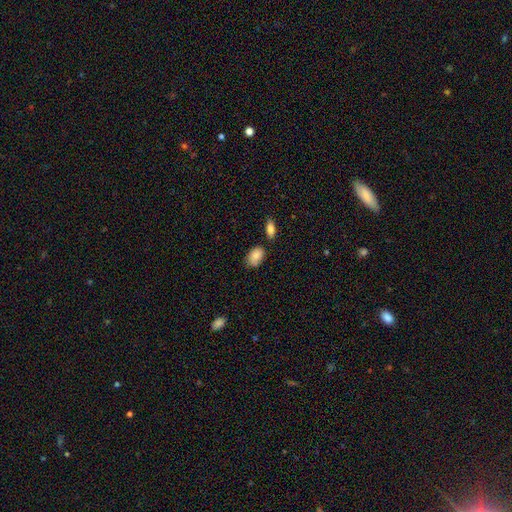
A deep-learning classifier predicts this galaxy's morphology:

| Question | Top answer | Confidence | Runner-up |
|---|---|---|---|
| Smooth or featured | smooth | 83% | featured or disk (9%) |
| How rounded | in between | 87% | round (11%) |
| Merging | none | 67% | minor disturbance (22%) |